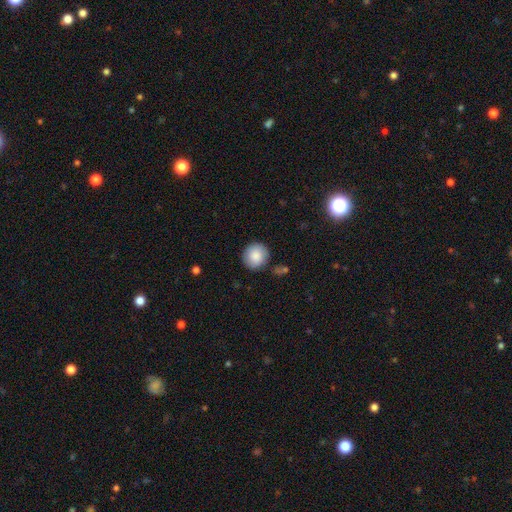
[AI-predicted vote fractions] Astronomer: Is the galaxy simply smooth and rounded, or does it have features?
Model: smooth — 86%.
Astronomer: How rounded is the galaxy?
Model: round — 90%.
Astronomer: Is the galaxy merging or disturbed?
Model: none — 85%.